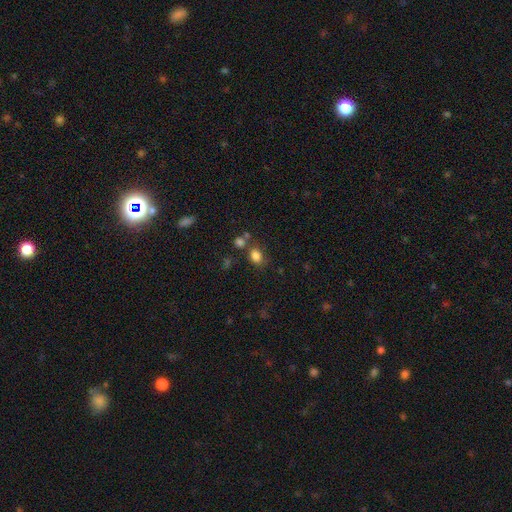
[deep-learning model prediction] Smooth or featured? smooth (82%)
How rounded? in between (59%)
Merging? none (66%)